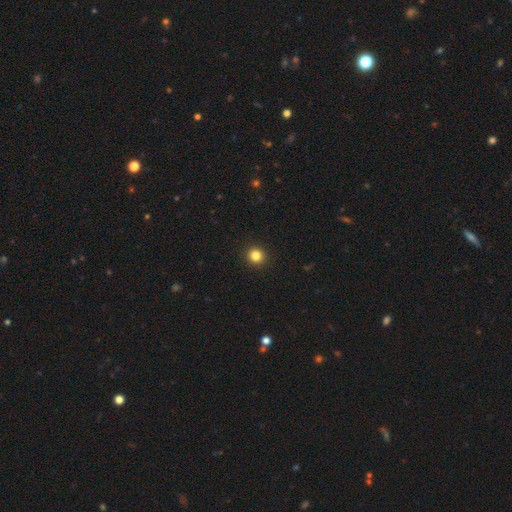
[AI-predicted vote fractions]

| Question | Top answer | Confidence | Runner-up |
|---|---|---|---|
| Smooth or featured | smooth | 84% | star or artifact (12%) |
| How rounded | round | 94% | in between (6%) |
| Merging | none | 94% | minor disturbance (4%) |